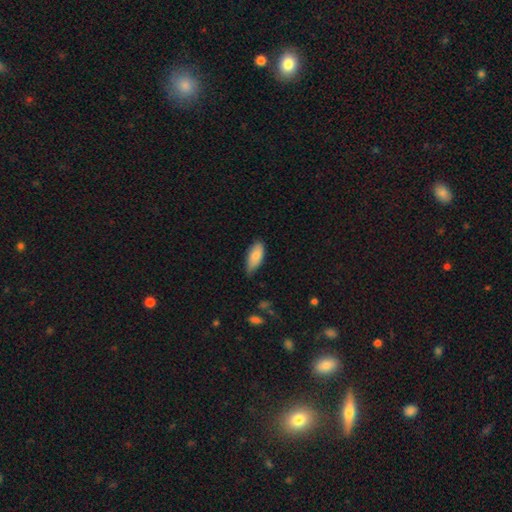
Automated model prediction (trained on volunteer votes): Morphology: type=smooth (82%); roundness=in between (87%); merging=none (60%).